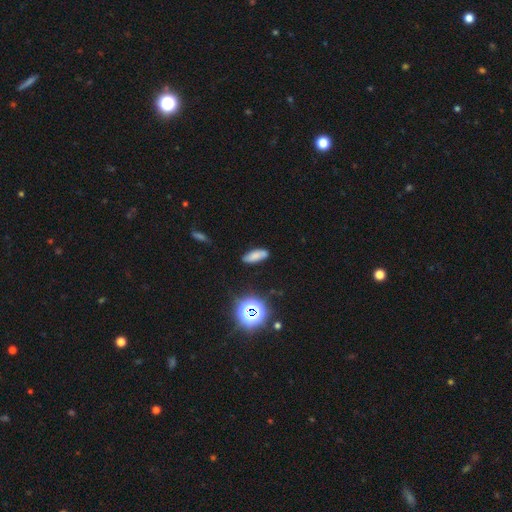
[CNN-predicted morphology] Smooth or featured?
  - smooth: 72% *
  - star or artifact: 15%
  - featured or disk: 13%
How rounded?
  - in between: 66% *
  - cigar-shaped: 29%
  - round: 5%
Merging?
  - none: 82% *
  - minor disturbance: 13%
  - major disturbance: 3%
  - merger: 2%